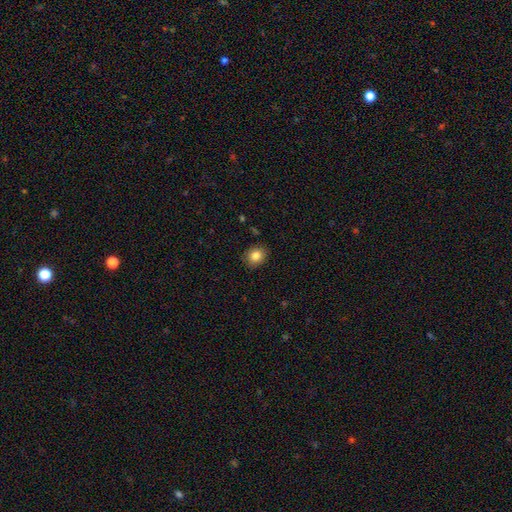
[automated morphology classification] Smooth or featured: smooth — 83% (star or artifact — 10%)
How rounded: round — 65% (in between — 35%)
Merging: none — 88% (minor disturbance — 8%)